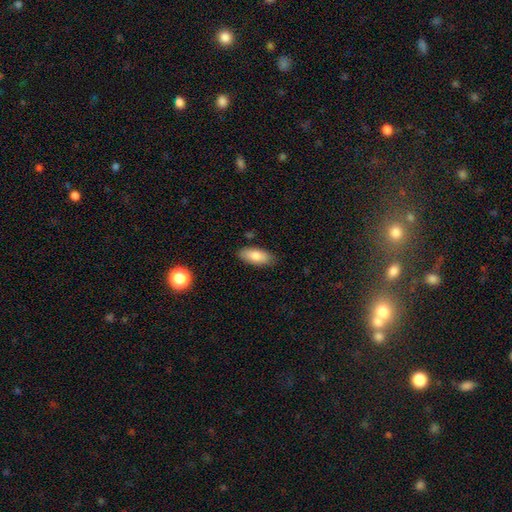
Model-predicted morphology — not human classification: Q: Smooth or featured?
A: smooth (81%); runner-up: featured or disk (12%)
Q: How rounded?
A: in between (84%); runner-up: cigar-shaped (14%)
Q: Merging?
A: none (85%); runner-up: minor disturbance (11%)